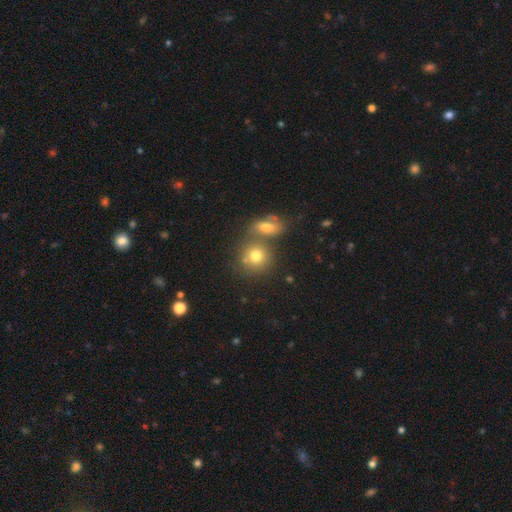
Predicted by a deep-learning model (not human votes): A smooth galaxy with no disk features (73%) that is round (80%). Merging: none (45%).